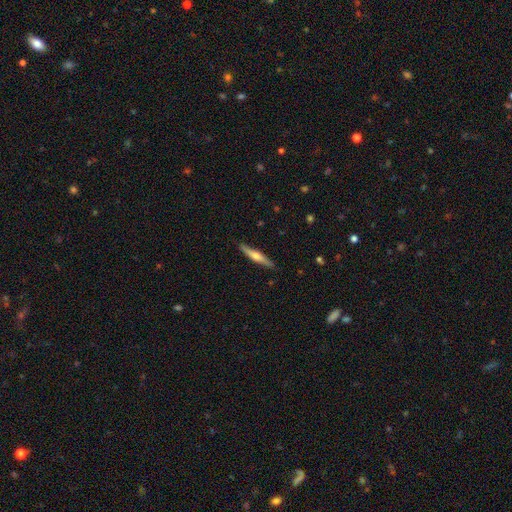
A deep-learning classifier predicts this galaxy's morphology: The model was most divided on "smooth or featured": featured or disk: 55%, smooth: 40%, star or artifact: 6%. More confident: edge-on disk — yes (95%); merging — none (87%); edge-on bulge — rounded (84%).